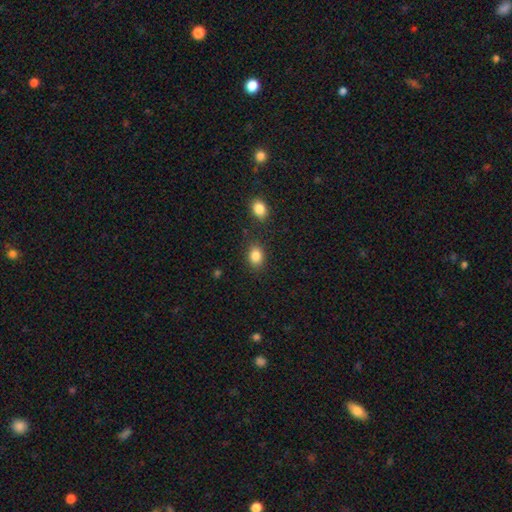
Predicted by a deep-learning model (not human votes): The model was most divided on "how rounded": in between: 62%, round: 37%, cigar-shaped: 1%. More confident: smooth or featured — smooth (85%); merging — none (82%).